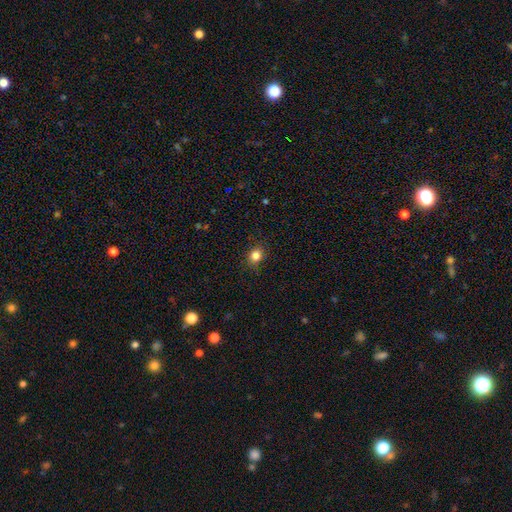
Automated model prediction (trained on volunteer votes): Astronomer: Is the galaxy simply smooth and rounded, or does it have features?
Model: smooth — 84%.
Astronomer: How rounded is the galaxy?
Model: round — 67%.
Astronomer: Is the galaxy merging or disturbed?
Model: none — 85%.